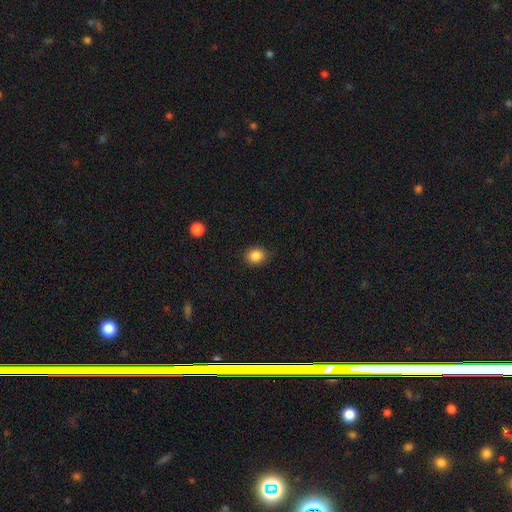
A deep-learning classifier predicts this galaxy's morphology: Smooth or featured? Predicted: smooth (p=0.86). How rounded? Predicted: round (p=0.71). Merging? Predicted: none (p=0.87).